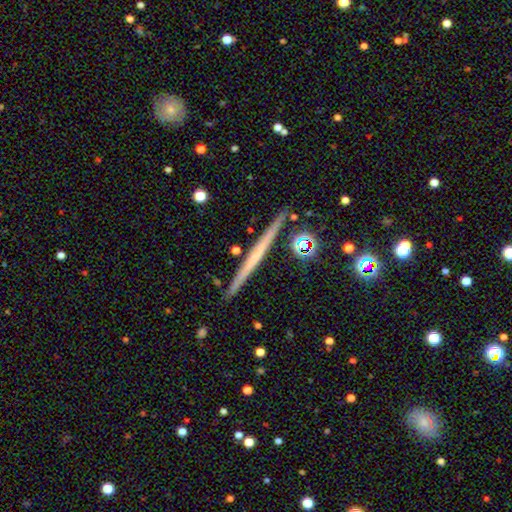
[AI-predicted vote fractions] Q: Smooth or featured?
A: featured or disk (56%); runner-up: smooth (37%)
Q: Edge-on disk?
A: yes (97%); runner-up: no (3%)
Q: Edge-on bulge?
A: none (88%); runner-up: rounded (8%)
Q: Merging?
A: none (90%); runner-up: minor disturbance (7%)